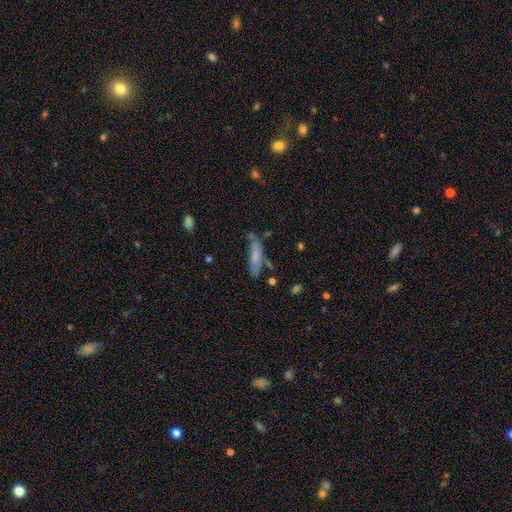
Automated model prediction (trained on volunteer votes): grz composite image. It shows a smooth galaxy with no disk features (71%) that is cigar-shaped (63%). Merging: none (60%).